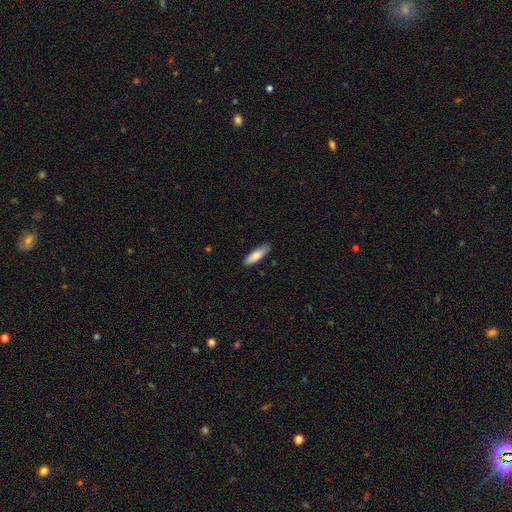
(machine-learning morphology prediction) This appears to be a smooth galaxy with no disk features (81%) that is cigar-shaped (59%). Merging: none (85%).